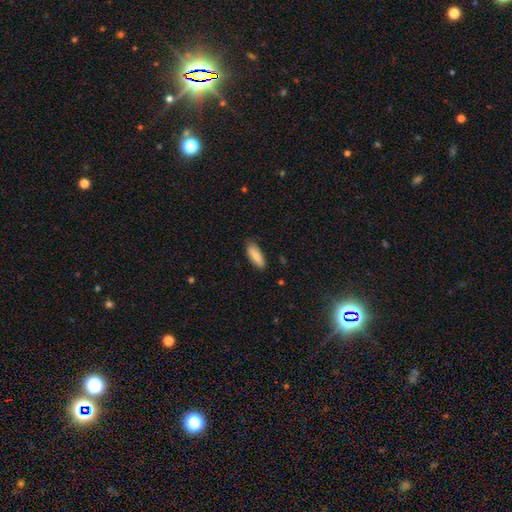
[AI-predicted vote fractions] smooth-or-featured: smooth: 83% | featured or disk: 11% | star or artifact: 6%
  how-rounded: in between: 65% | cigar-shaped: 34% | round: 2%
  merging: none: 81% | minor disturbance: 16% | major disturbance: 3% | merger: 1%